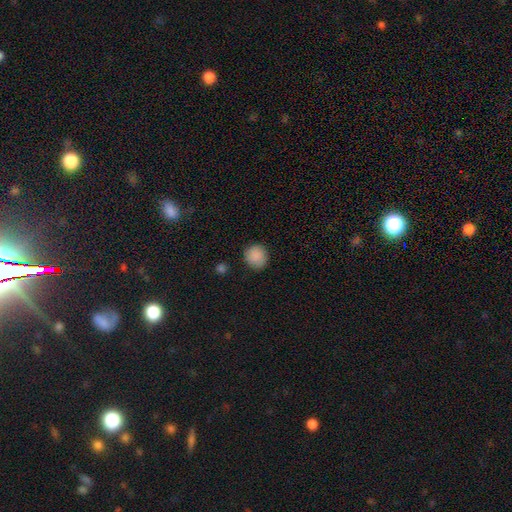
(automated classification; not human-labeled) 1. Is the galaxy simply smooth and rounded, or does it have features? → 88% smooth, 8% star or artifact, 4% featured or disk.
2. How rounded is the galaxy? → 90% round, 9% in between, 1% cigar-shaped.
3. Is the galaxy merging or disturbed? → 86% none, 10% minor disturbance, 2% major disturbance, 2% merger.